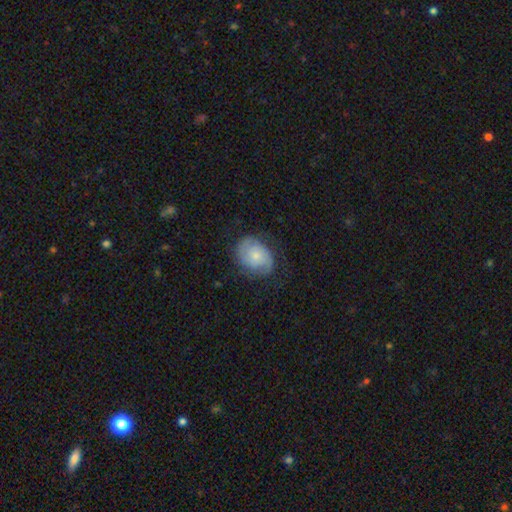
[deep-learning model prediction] Smooth or featured: featured or disk — 59% (smooth — 34%)
Edge-on disk: no — 97% (yes — 3%)
Bar: no — 77% (weak — 20%)
Spiral arms: yes — 89% (no — 11%)
Spiral winding: tight — 51% (medium — 36%)
Spiral arm count: 2 — 63% (can't tell — 22%)
Bulge size: small — 54% (moderate — 37%)
Merging: none — 70% (minor disturbance — 20%)